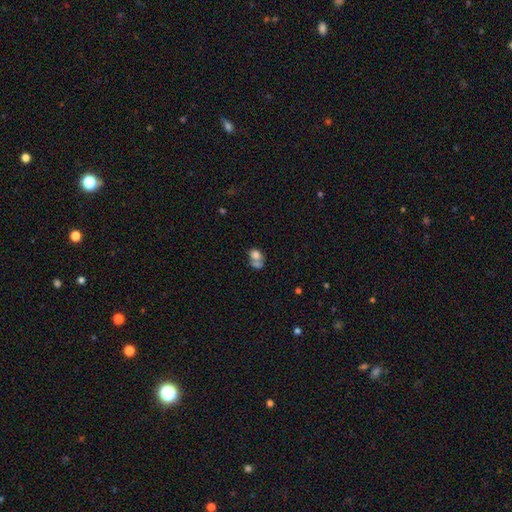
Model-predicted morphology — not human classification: A smooth galaxy with no disk features (71%) that is in between round and cigar-shaped (61%).

Vote fractions:
- Smooth or featured? smooth: 71% / featured or disk: 18% / star or artifact: 11%
- How rounded? in between: 61% / round: 37% / cigar-shaped: 1%
- Merging? merger: 58% / none: 25% / minor disturbance: 10% / major disturbance: 8%